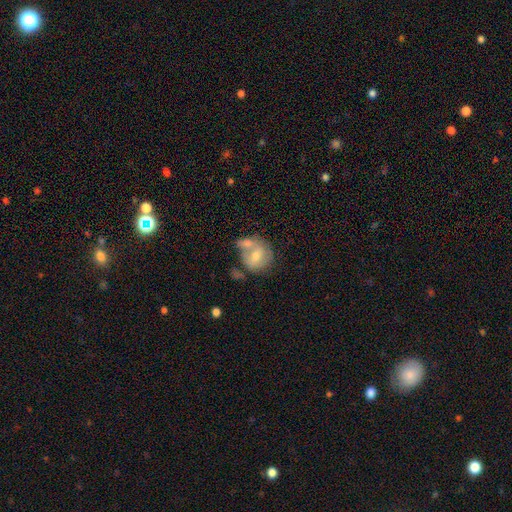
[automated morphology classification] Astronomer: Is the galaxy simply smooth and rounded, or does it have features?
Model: smooth — 58% (runner-up: featured or disk, 35%).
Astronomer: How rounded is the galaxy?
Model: round — 70%.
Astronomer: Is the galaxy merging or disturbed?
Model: merger — 49% (runner-up: none, 28%).